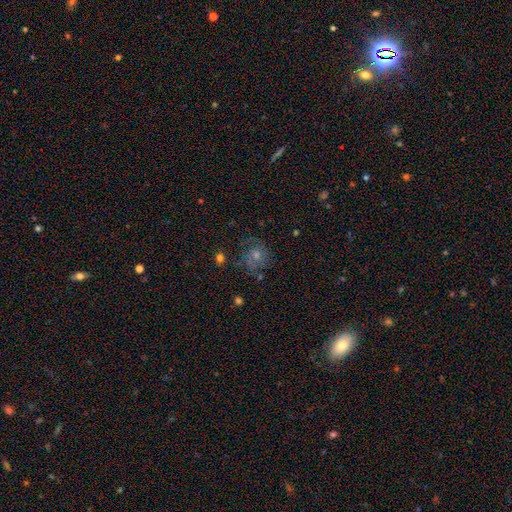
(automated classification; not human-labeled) smooth 48%, featured or disk 38%, star or artifact 13%. Down the decision tree: merging — none (57%).